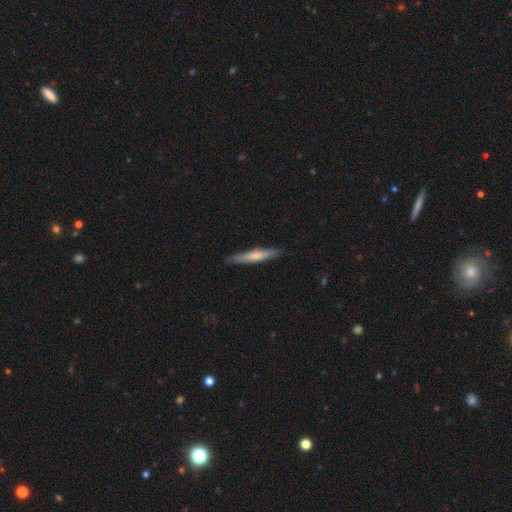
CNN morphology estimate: Smooth or featured?
  - smooth: 57% *
  - featured or disk: 38%
  - star or artifact: 5%
How rounded?
  - cigar-shaped: 94% *
  - in between: 5%
  - round: 1%
Merging?
  - none: 89% *
  - minor disturbance: 8%
  - major disturbance: 2%
  - merger: 1%